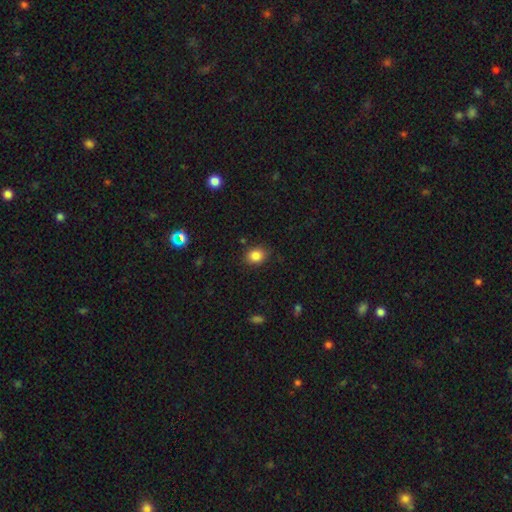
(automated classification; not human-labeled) The model was most divided on "how rounded": in between: 52%, round: 47%, cigar-shaped: 1%. More confident: smooth or featured — smooth (85%); merging — none (82%).